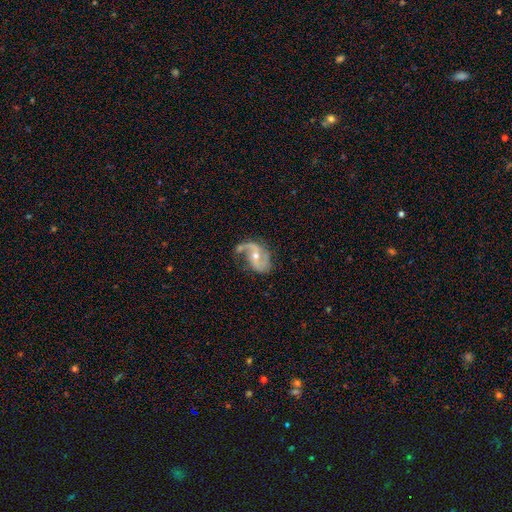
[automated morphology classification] Smooth or featured?
  - featured or disk: 88% *
  - smooth: 6%
  - star or artifact: 6%
Edge-on disk?
  - no: 97% *
  - yes: 3%
Bar?
  - no: 47% *
  - weak: 37%
  - strong: 15%
Spiral arms?
  - yes: 96% *
  - no: 4%
Spiral winding?
  - loose: 51% *
  - medium: 38%
  - tight: 11%
Spiral arm count?
  - 2: 83% *
  - 1: 10%
  - can't tell: 3%
  - 3: 2%
  - 4: 1%
  - more than 4: 1%
Bulge size?
  - moderate: 52% *
  - small: 45%
  - large: 2%
  - none: 1%
  - dominant: 1%
Merging?
  - none: 54% *
  - minor disturbance: 24%
  - major disturbance: 18%
  - merger: 4%